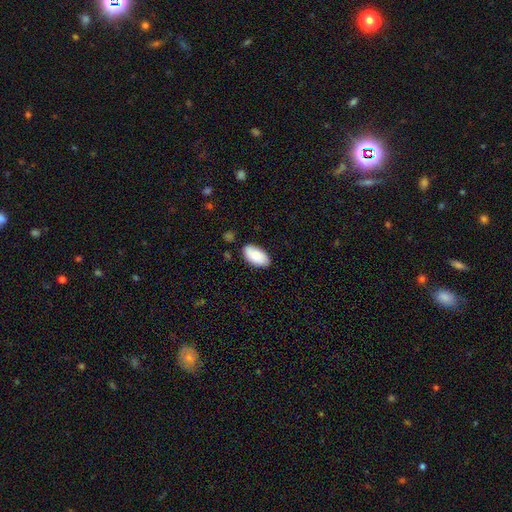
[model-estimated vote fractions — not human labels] This is clearly a smooth galaxy (85%). How rounded: clearly in between (96%). Merging: clearly none (83%).